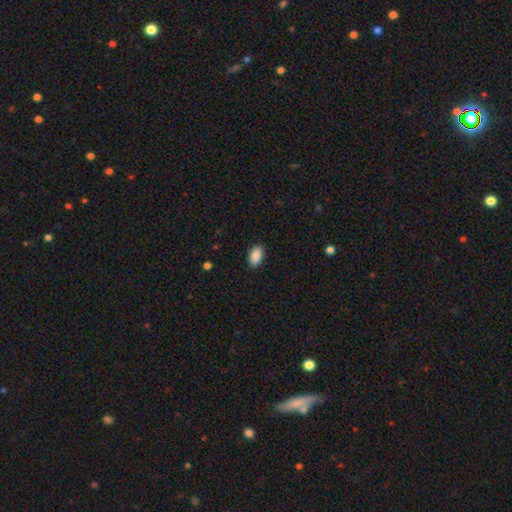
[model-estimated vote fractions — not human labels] A smooth galaxy with no disk features (90%) that is in between round and cigar-shaped (93%).

Vote fractions:
- Smooth or featured? smooth: 90% / star or artifact: 7% / featured or disk: 3%
- How rounded? in between: 93% / round: 5% / cigar-shaped: 1%
- Merging? none: 89% / minor disturbance: 8% / major disturbance: 2% / merger: 1%